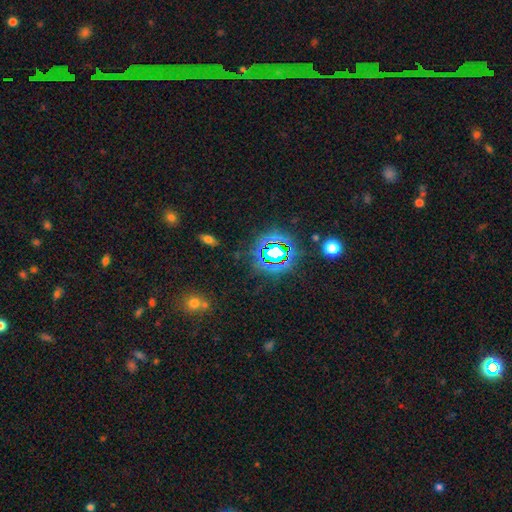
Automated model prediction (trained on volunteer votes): This is likely a star or artifact rather than a galaxy (73%).